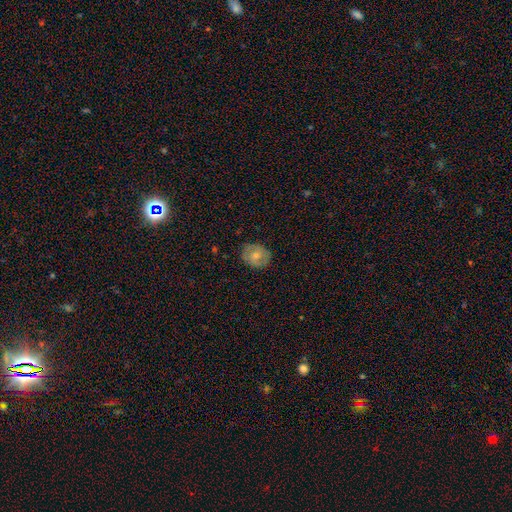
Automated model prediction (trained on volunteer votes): A smooth galaxy with no disk features (60%) that is round (59%). Merging: none (81%).